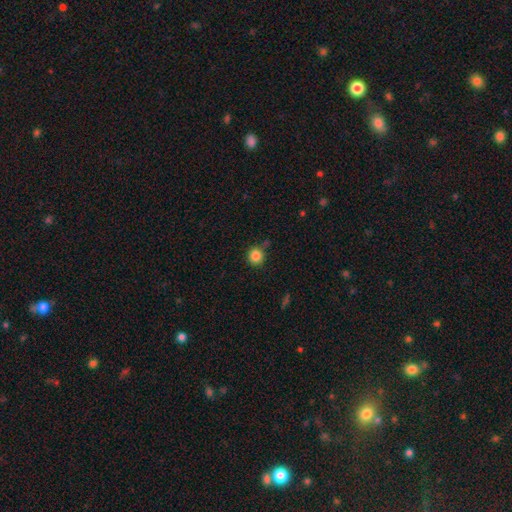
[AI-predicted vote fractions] Q: Smooth or featured?
A: smooth (85%); runner-up: star or artifact (11%)
Q: How rounded?
A: round (90%); runner-up: in between (9%)
Q: Merging?
A: none (79%); runner-up: minor disturbance (12%)